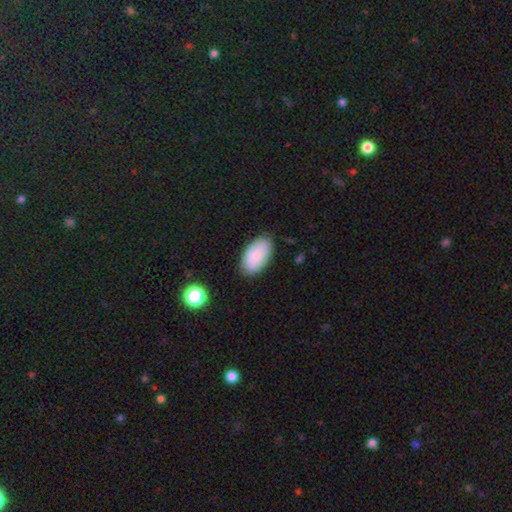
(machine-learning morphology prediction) Smooth or featured? smooth (85%)
How rounded? in between (95%)
Merging? none (83%)